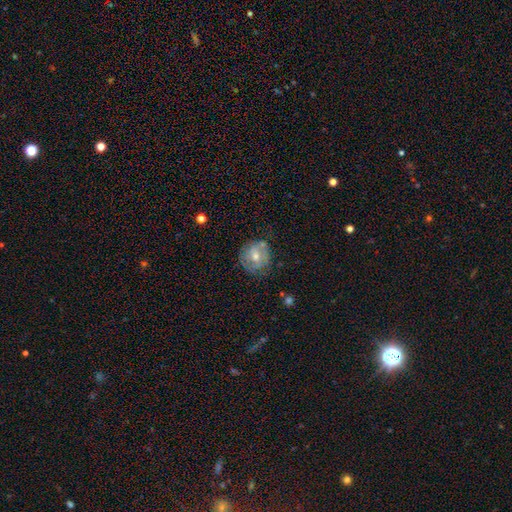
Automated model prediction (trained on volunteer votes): smooth-or-featured: featured or disk: 51% | smooth: 38% | star or artifact: 11%
  disk-edge-on: no: 96% | yes: 4%
  merging: none: 69% | minor disturbance: 21% | major disturbance: 7% | merger: 3%